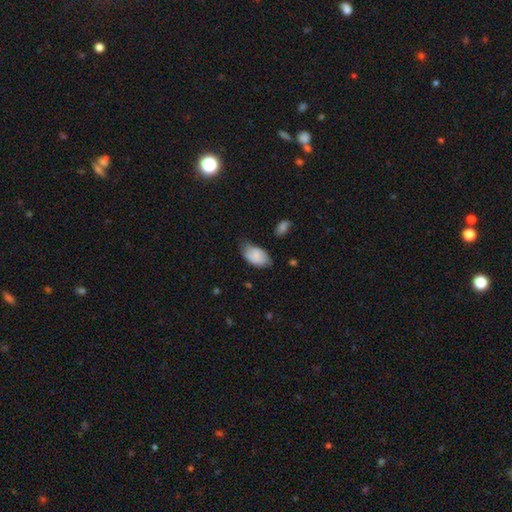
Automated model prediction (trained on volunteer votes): A smooth galaxy with no disk features (73%) that is in between round and cigar-shaped (91%).

Vote fractions:
- Smooth or featured? smooth: 73% / featured or disk: 20% / star or artifact: 8%
- How rounded? in between: 91% / round: 7% / cigar-shaped: 1%
- Merging? none: 50% / minor disturbance: 38% / major disturbance: 9% / merger: 3%